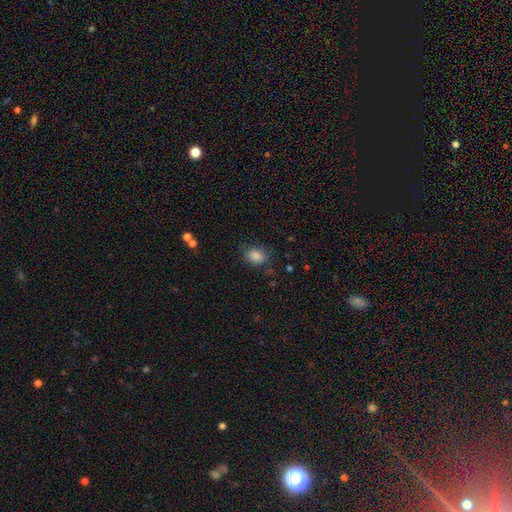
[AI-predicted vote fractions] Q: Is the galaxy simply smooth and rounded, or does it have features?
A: smooth — 85%.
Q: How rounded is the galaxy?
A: in between — 71%.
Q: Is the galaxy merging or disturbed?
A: none — 76%.